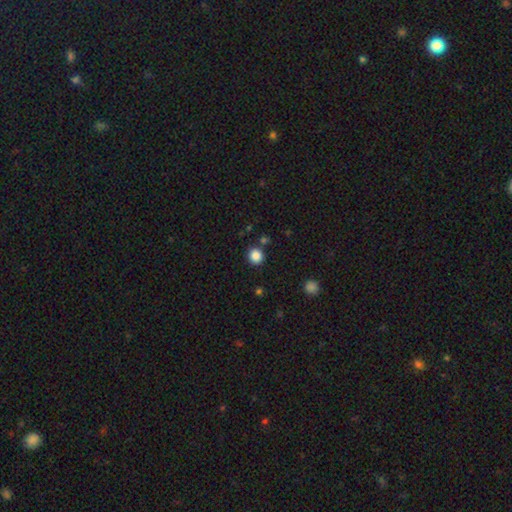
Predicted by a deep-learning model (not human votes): This is clearly a smooth galaxy (86%). How rounded: clearly round (89%). Merging: clearly none (86%).